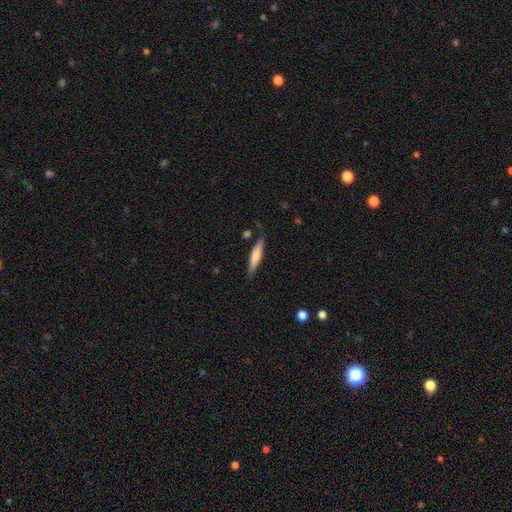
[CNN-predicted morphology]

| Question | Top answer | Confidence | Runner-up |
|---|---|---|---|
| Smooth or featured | smooth | 58% | featured or disk (36%) |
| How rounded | cigar-shaped | 85% | in between (13%) |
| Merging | none | 81% | minor disturbance (13%) |